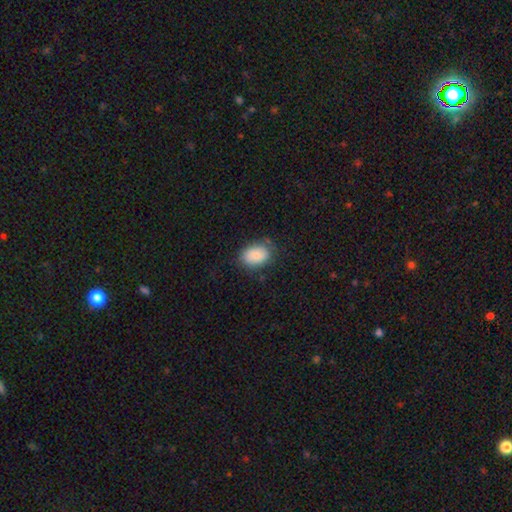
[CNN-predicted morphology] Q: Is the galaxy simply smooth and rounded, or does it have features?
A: smooth — 86%.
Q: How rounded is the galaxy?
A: in between — 81%.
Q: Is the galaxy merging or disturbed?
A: none — 74%.